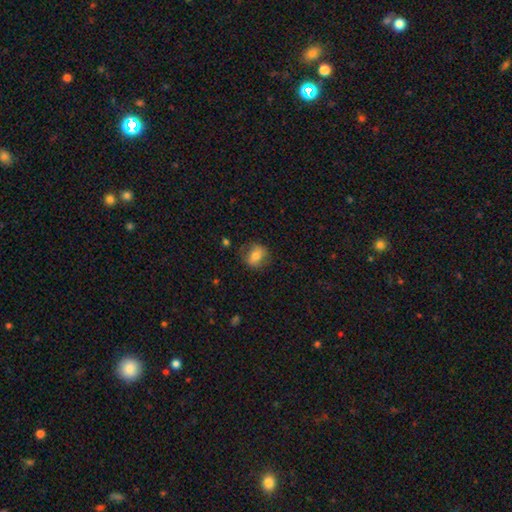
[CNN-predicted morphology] Q: Smooth or featured?
A: smooth (69%); runner-up: featured or disk (22%)
Q: How rounded?
A: round (58%); runner-up: in between (40%)
Q: Merging?
A: none (75%); runner-up: minor disturbance (17%)